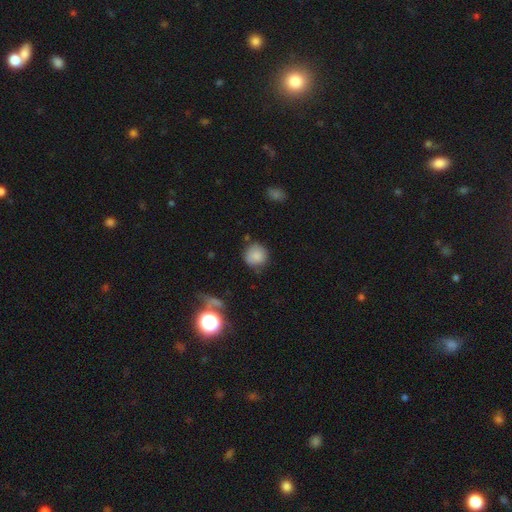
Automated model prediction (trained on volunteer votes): smooth_or_featured: smooth (p=0.83) [alt: star or artifact p=0.10]
how_rounded: round (p=0.90) [alt: in between p=0.09]
merging: none (p=0.77) [alt: minor disturbance p=0.16]